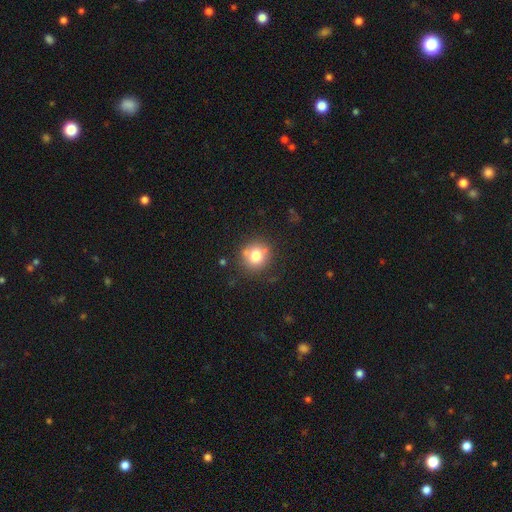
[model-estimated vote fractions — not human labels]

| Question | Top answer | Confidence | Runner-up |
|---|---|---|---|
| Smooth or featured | smooth | 77% | featured or disk (12%) |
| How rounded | round | 89% | in between (10%) |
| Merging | none | 78% | minor disturbance (13%) |